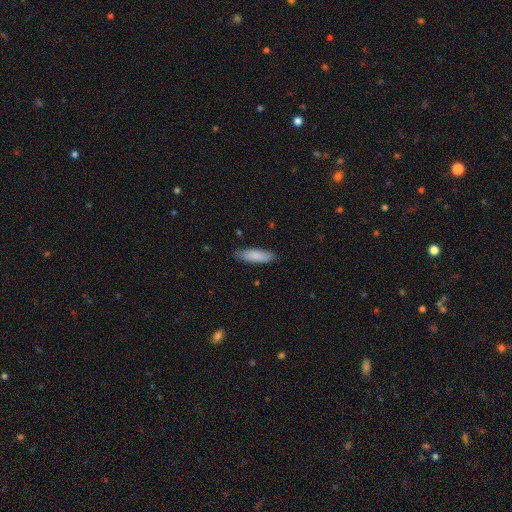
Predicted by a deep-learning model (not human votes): Smooth or featured: smooth — 83% (featured or disk — 11%)
How rounded: cigar-shaped — 52% (in between — 47%)
Merging: none — 83% (minor disturbance — 13%)